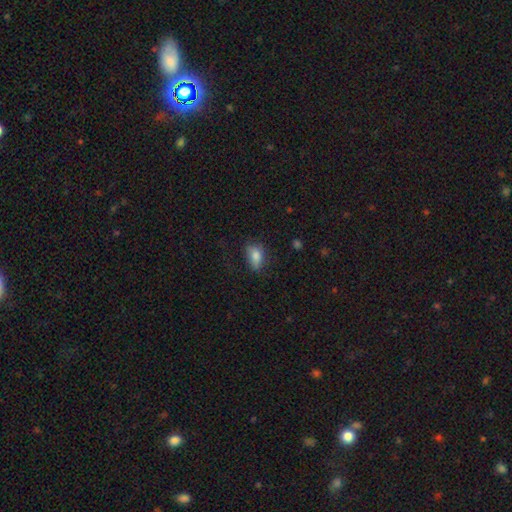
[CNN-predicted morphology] A smooth galaxy with no disk features (79%) that is in between round and cigar-shaped (86%).

Vote fractions:
- Smooth or featured? smooth: 79% / featured or disk: 13% / star or artifact: 9%
- How rounded? in between: 86% / round: 9% / cigar-shaped: 5%
- Merging? none: 64% / minor disturbance: 26% / major disturbance: 9% / merger: 2%